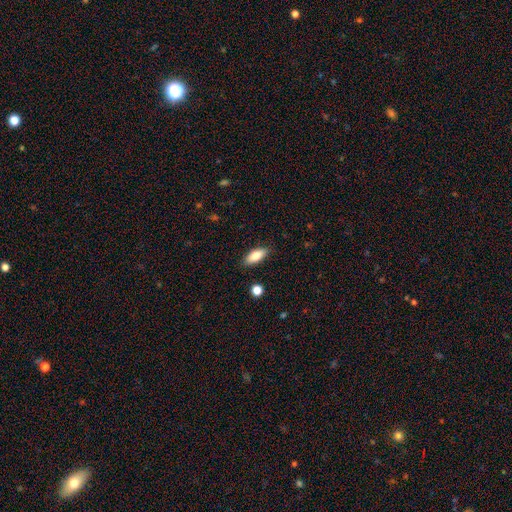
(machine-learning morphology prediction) type=smooth (80%); roundness=in between (80%); merging=none (87%).